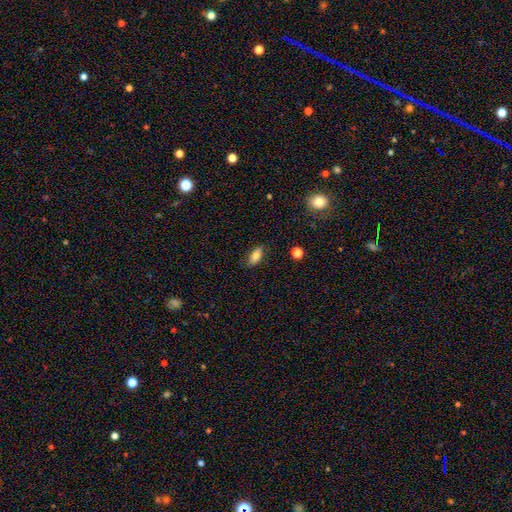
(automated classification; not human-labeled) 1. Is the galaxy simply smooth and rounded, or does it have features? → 79% smooth, 13% featured or disk, 8% star or artifact.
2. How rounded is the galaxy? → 86% in between, 11% cigar-shaped, 4% round.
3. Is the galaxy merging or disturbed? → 81% none, 14% minor disturbance, 3% major disturbance, 1% merger.